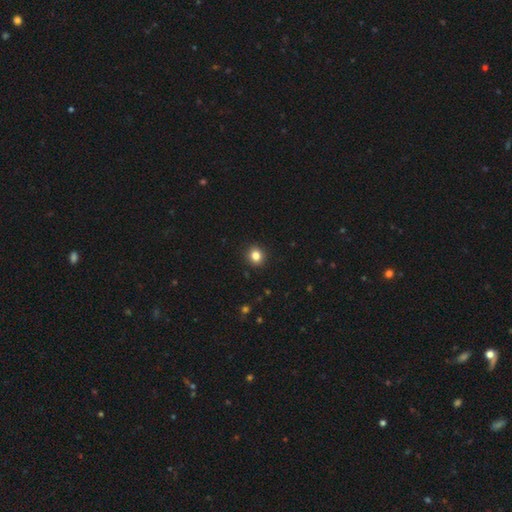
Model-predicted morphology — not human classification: smooth_or_featured: smooth (p=0.84) [alt: star or artifact p=0.11]
how_rounded: round (p=0.86) [alt: in between p=0.13]
merging: none (p=0.92) [alt: minor disturbance p=0.05]